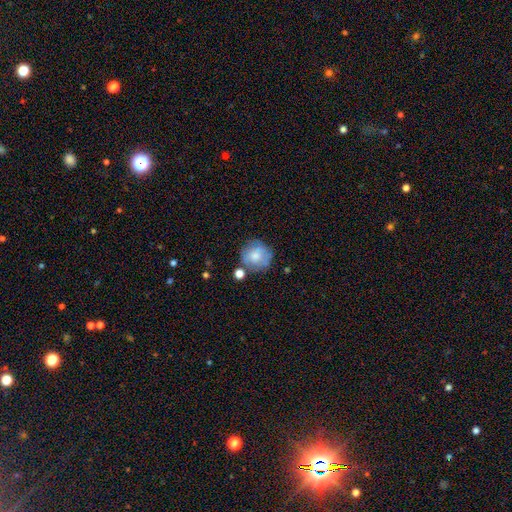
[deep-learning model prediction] Smooth or featured? Predicted: smooth (p=0.70). How rounded? Predicted: round (p=0.90). Merging? Predicted: none (p=0.65).